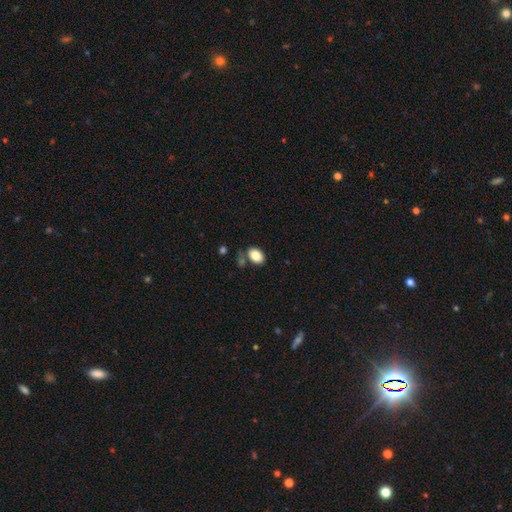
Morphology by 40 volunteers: Smooth or featured: smooth — 90% (star or artifact — 8%)
How rounded: in between — 94% (round — 6%)
Merging: none — 62% (minor disturbance — 27%)